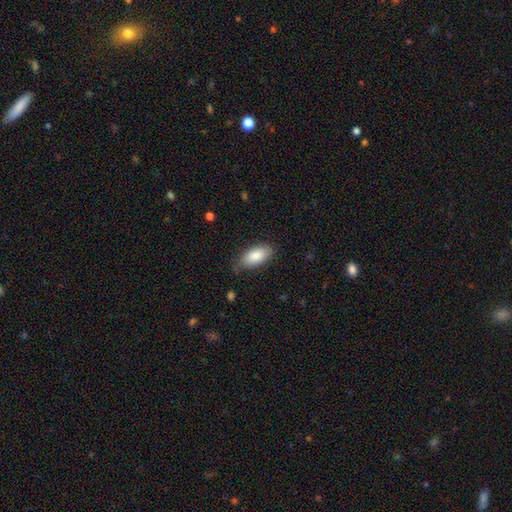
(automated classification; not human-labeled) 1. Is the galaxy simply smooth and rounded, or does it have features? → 85% smooth, 9% featured or disk, 6% star or artifact.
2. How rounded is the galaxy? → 89% in between, 9% cigar-shaped, 2% round.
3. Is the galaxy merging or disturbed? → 74% none, 21% minor disturbance, 4% major disturbance, 1% merger.